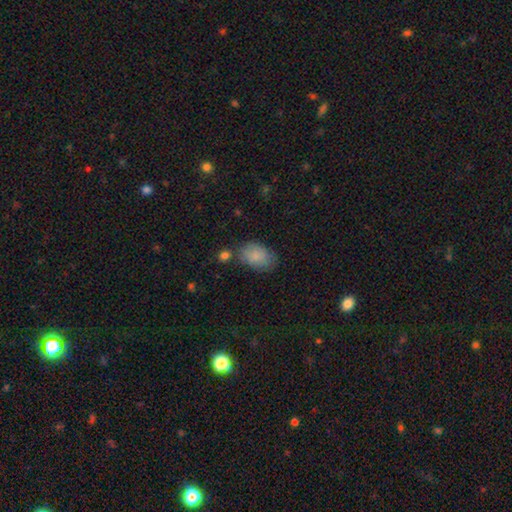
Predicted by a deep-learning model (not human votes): Morphology: type=smooth (83%); roundness=in between (87%); merging=none (66%).